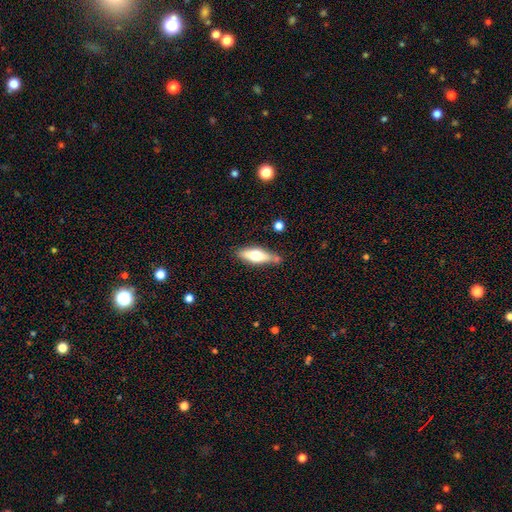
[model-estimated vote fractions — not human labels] smooth 54%, featured or disk 40%, star or artifact 6%. Down the decision tree: how rounded — cigar-shaped (49%); merging — none (75%).